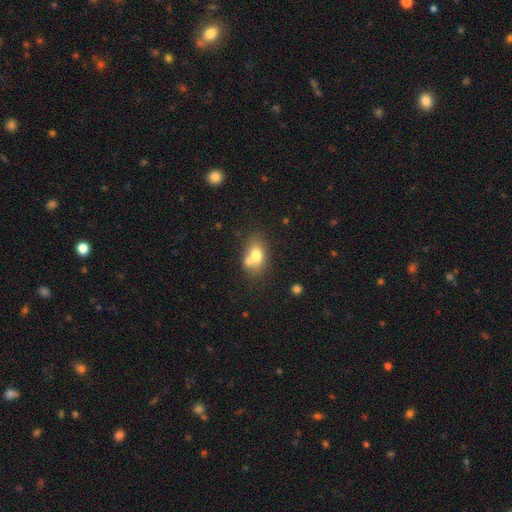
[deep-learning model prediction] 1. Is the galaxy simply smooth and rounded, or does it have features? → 70% smooth, 20% featured or disk, 10% star or artifact.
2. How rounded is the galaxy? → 75% in between, 24% round, 2% cigar-shaped.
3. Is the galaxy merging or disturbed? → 41% none, 40% merger, 13% minor disturbance, 5% major disturbance.